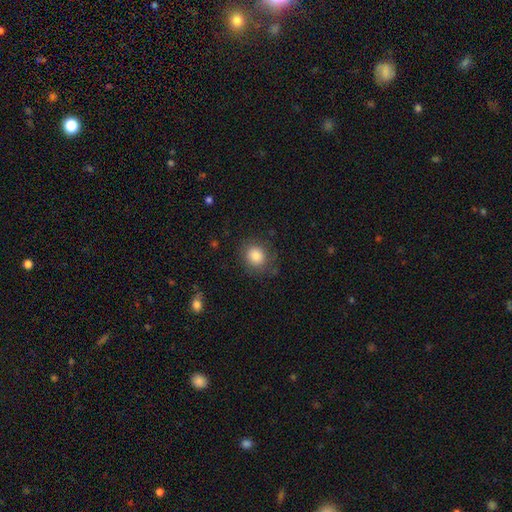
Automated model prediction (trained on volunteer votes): smooth-or-featured: smooth: 84% | star or artifact: 9% | featured or disk: 7%
  how-rounded: round: 70% | in between: 29% | cigar-shaped: 1%
  merging: none: 79% | minor disturbance: 14% | major disturbance: 5% | merger: 1%